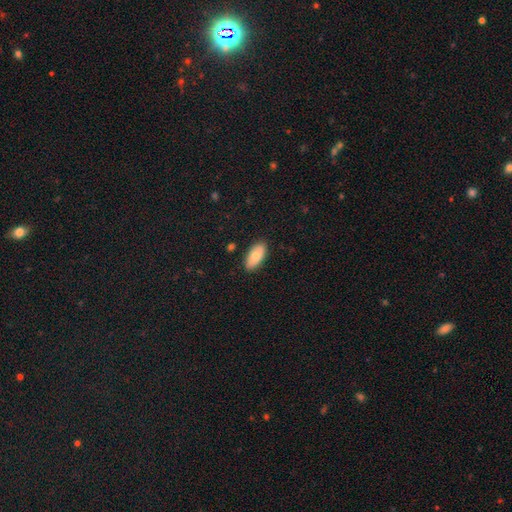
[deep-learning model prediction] Morphology: type=smooth (78%); roundness=in between (91%); merging=none (86%).